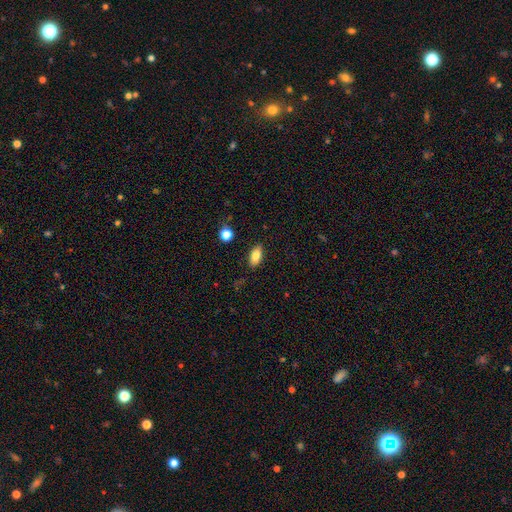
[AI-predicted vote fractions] Q: Smooth or featured?
A: smooth (80%); runner-up: featured or disk (11%)
Q: How rounded?
A: in between (88%); runner-up: cigar-shaped (8%)
Q: Merging?
A: none (86%); runner-up: minor disturbance (10%)